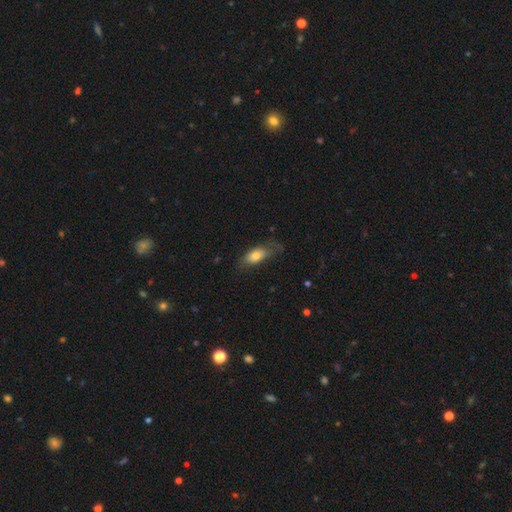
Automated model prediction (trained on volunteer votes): smooth_or_featured: smooth (p=0.74) [alt: featured or disk p=0.19]
how_rounded: in between (p=0.82) [alt: cigar-shaped p=0.13]
merging: none (p=0.49) [alt: minor disturbance p=0.32]